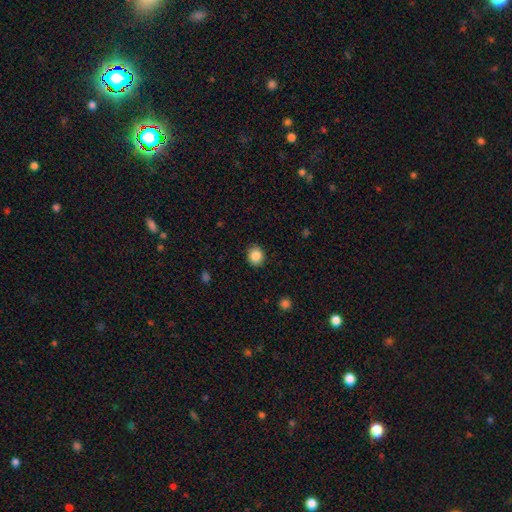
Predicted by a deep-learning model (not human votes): Smooth or featured: smooth — 87% (star or artifact — 9%)
How rounded: round — 71% (in between — 29%)
Merging: none — 89% (minor disturbance — 8%)